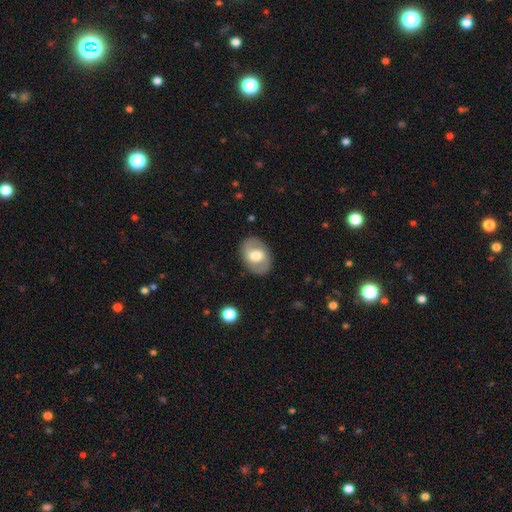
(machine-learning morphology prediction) This appears to be a smooth galaxy with no disk features (47%). Merging: none (85%).